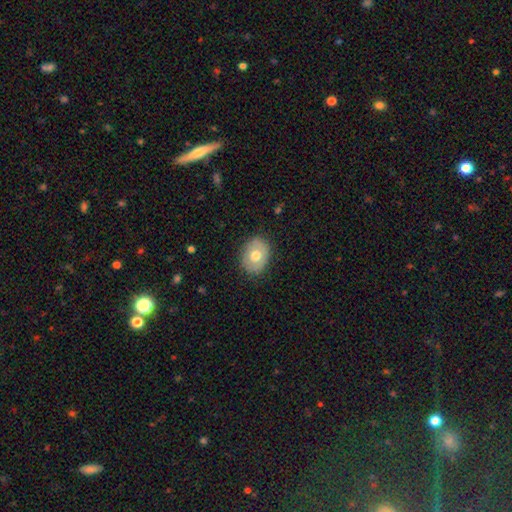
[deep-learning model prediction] Smooth or featured?
  - smooth: 64% *
  - featured or disk: 29%
  - star or artifact: 7%
How rounded?
  - in between: 58% *
  - round: 42%
  - cigar-shaped: 1%
Merging?
  - none: 83% *
  - minor disturbance: 13%
  - major disturbance: 3%
  - merger: 1%